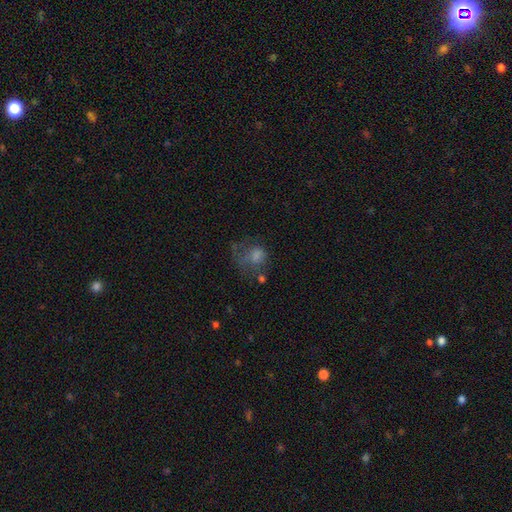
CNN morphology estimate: Smooth or featured? smooth (51%)
How rounded? round (61%)
Merging? major disturbance (38%)